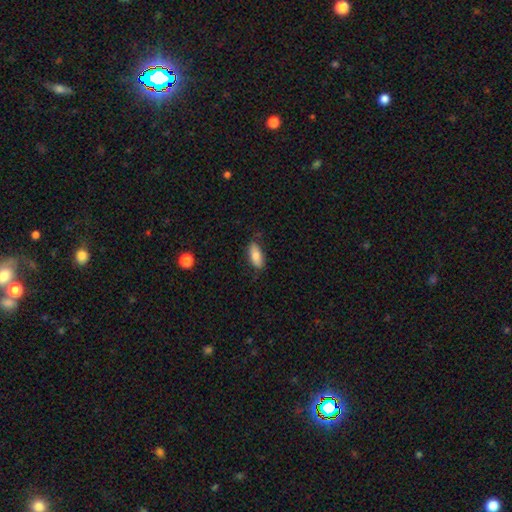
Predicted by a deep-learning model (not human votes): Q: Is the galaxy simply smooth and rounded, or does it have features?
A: smooth — 78%.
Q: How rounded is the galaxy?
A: in between — 83%.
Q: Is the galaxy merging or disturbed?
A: none — 75%.